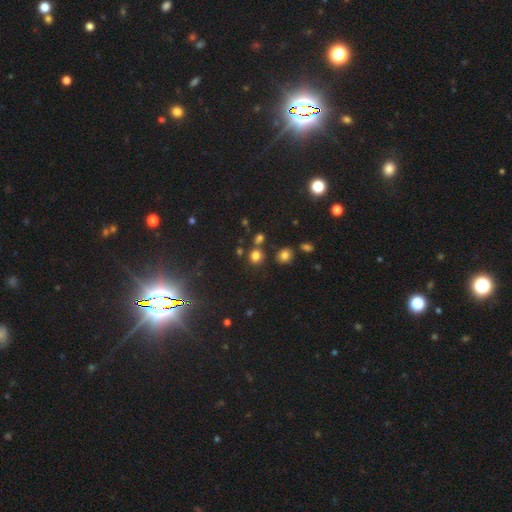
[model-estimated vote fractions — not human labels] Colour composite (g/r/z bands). It shows a smooth galaxy with no disk features (76%) that is round (85%). Merging: none (74%).